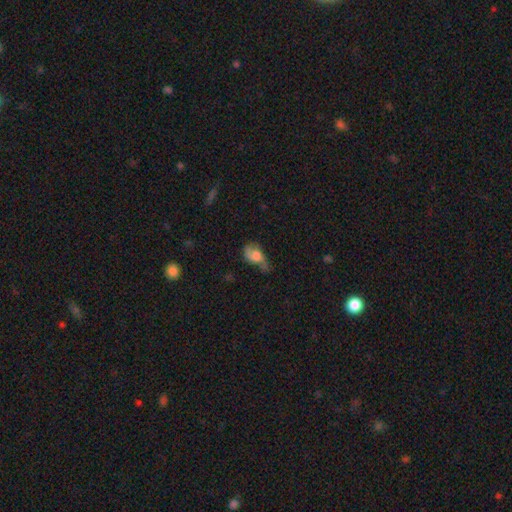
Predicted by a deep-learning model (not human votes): The model was most divided on "merging": minor disturbance: 34%, major disturbance: 33%, none: 28%, merger: 6%. More confident: how rounded — in between (79%); smooth or featured — smooth (60%).